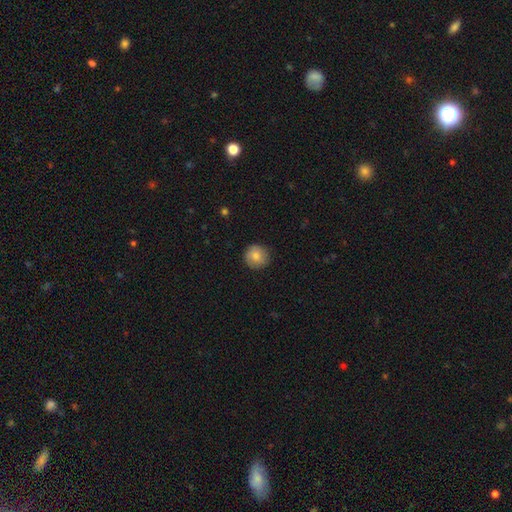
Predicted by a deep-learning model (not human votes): smooth 82%, featured or disk 11%, star or artifact 8%. Down the decision tree: how rounded — round (93%); merging — none (88%).